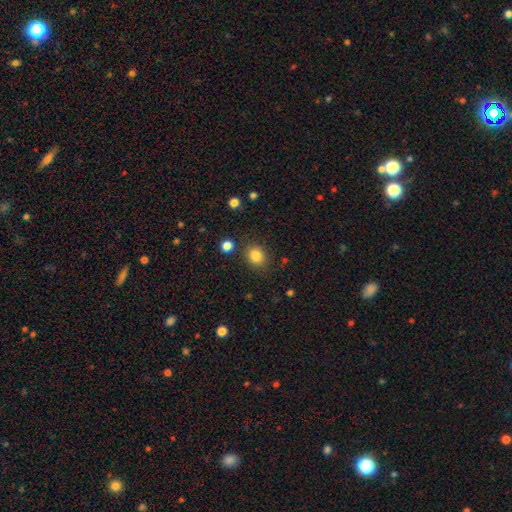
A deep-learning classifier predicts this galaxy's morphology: type=smooth (84%); roundness=round (57%); merging=none (81%).